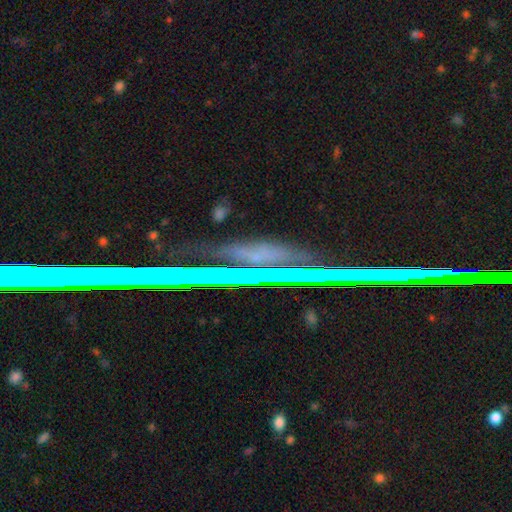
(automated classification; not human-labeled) smooth_or_featured: star or artifact (p=0.60) [alt: featured or disk p=0.25]